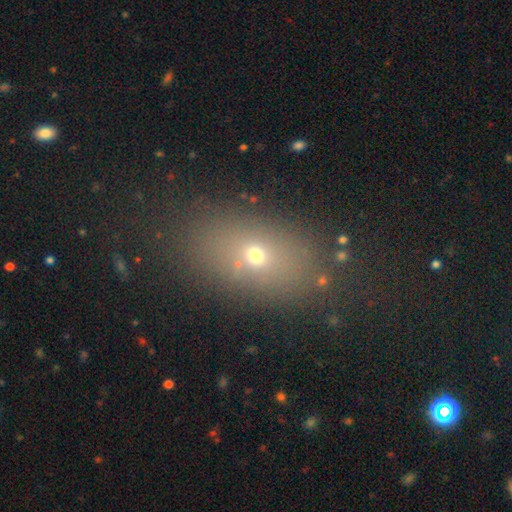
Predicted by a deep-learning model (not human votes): A smooth galaxy with no disk features (62%) that is in between round and cigar-shaped (75%). Merging: none (80%).